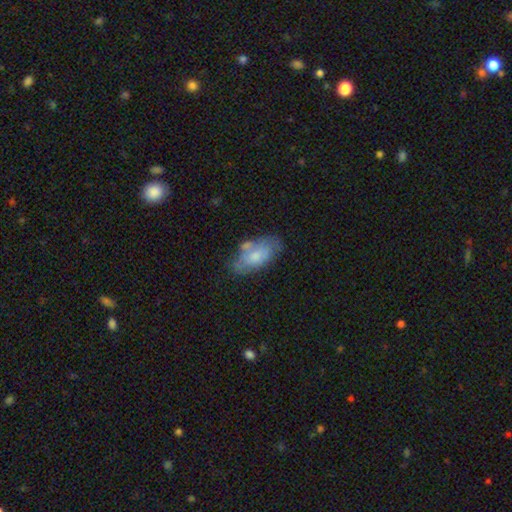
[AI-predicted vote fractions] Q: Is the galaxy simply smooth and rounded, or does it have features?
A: smooth — 61%.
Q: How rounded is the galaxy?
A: in between — 91%.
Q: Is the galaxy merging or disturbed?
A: none — 50%.